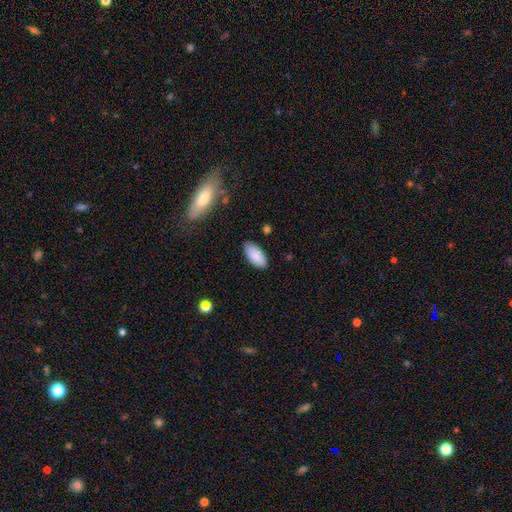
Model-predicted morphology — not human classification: smooth 88%, star or artifact 6%, featured or disk 5%. Down the decision tree: how rounded — in between (93%); merging — none (84%).